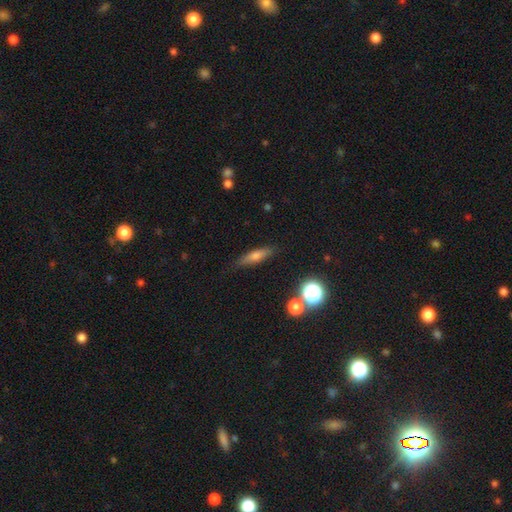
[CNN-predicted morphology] The model was most divided on "smooth or featured": smooth: 60%, featured or disk: 29%, star or artifact: 11%. More confident: merging — none (83%); how rounded — cigar-shaped (69%).